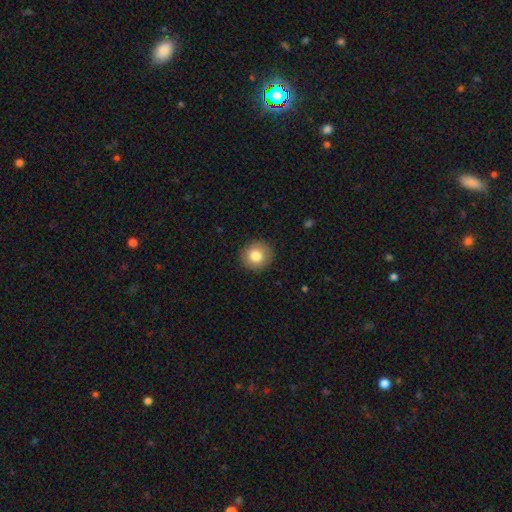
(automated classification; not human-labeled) The model was most divided on "smooth or featured": smooth: 82%, featured or disk: 10%, star or artifact: 9%. More confident: how rounded — round (90%); merging — none (90%).